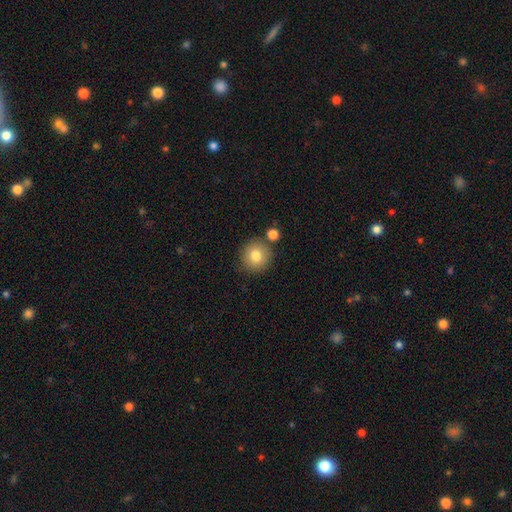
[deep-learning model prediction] Morphology: type=smooth (80%); roundness=round (93%); merging=none (79%).